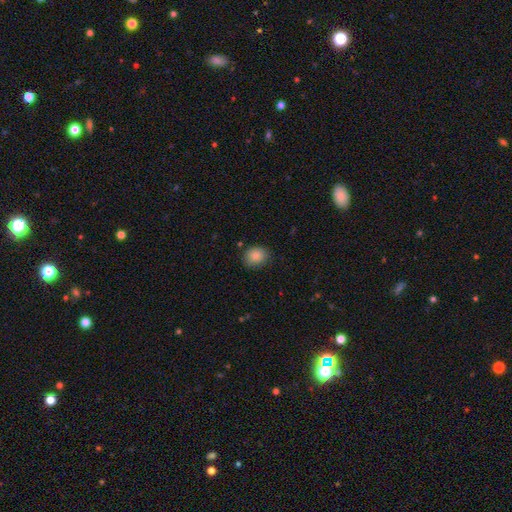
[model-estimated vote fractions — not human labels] smooth_or_featured: smooth (p=0.86) [alt: star or artifact p=0.09]
how_rounded: round (p=0.64) [alt: in between p=0.35]
merging: none (p=0.83) [alt: minor disturbance p=0.13]